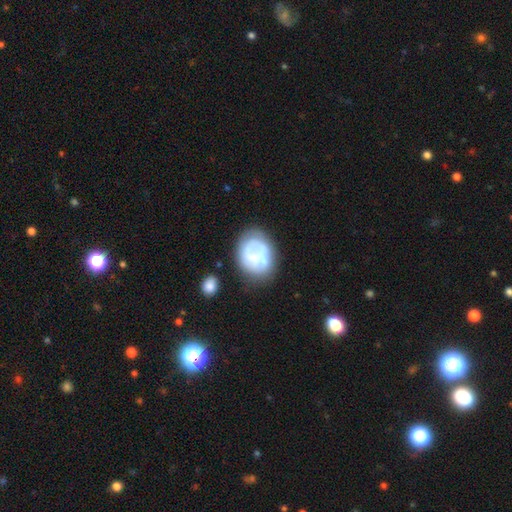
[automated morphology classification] type=featured or disk (46%); merging=none (48%).